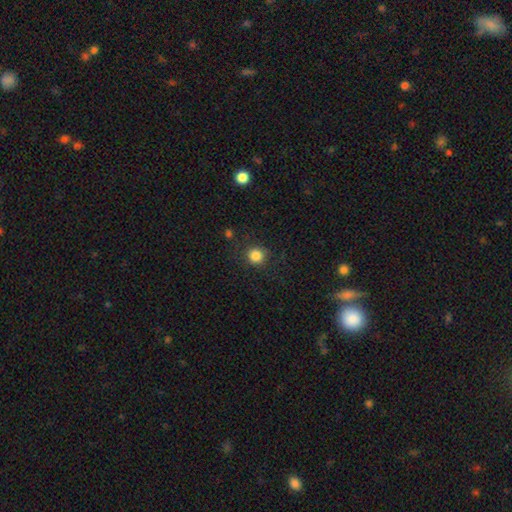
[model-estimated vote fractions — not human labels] A smooth galaxy with no disk features (84%) that is round (91%). Merging: none (86%).